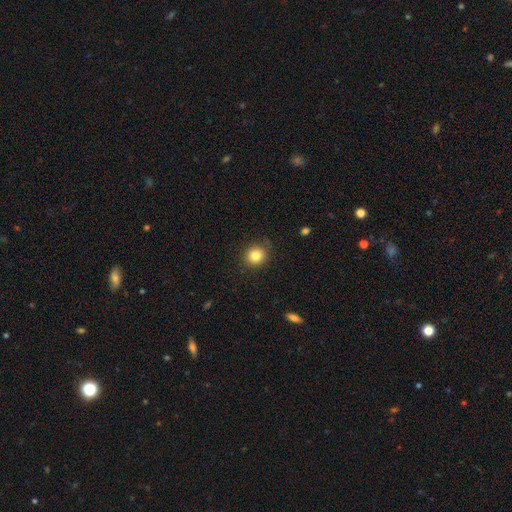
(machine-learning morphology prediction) Smooth or featured: smooth — 83% (star or artifact — 11%)
How rounded: round — 83% (in between — 16%)
Merging: none — 84% (minor disturbance — 12%)